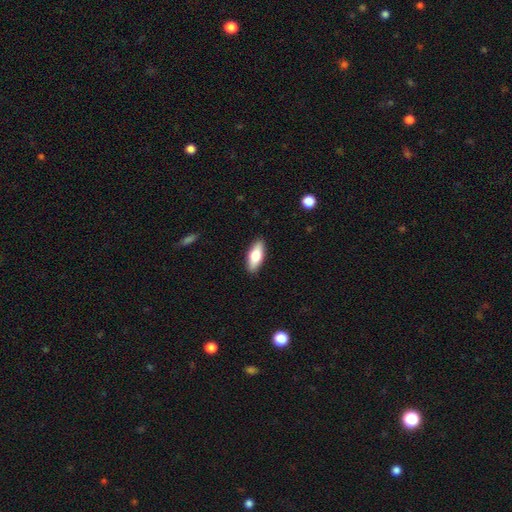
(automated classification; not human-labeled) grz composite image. It shows a smooth galaxy with no disk features (74%) that is in between round and cigar-shaped (76%). Merging: none (90%).